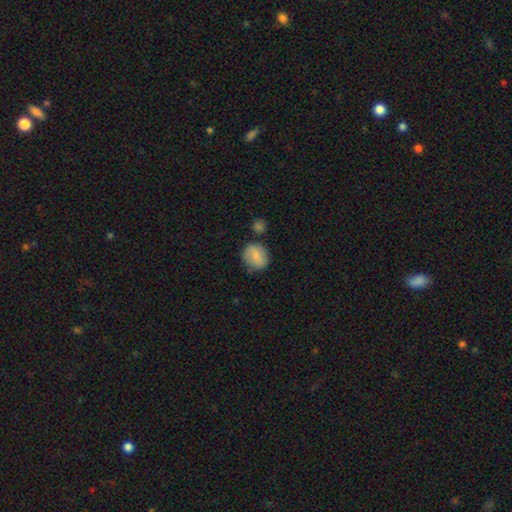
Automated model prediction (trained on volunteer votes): Morphology: type=smooth (78%); roundness=round (70%); merging=none (67%).